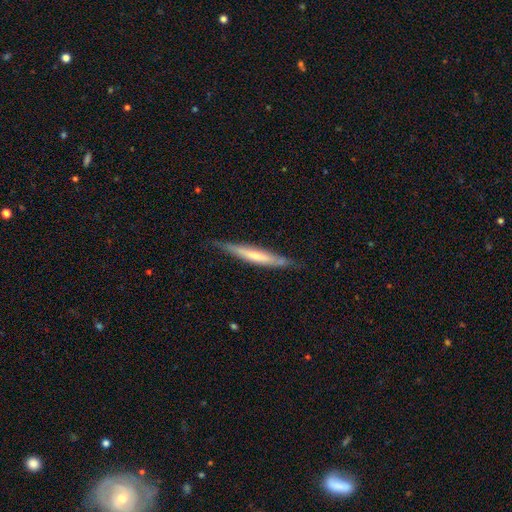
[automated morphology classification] Q: Smooth or featured?
A: featured or disk (50%); runner-up: smooth (44%)
Q: Merging?
A: none (79%); runner-up: minor disturbance (17%)